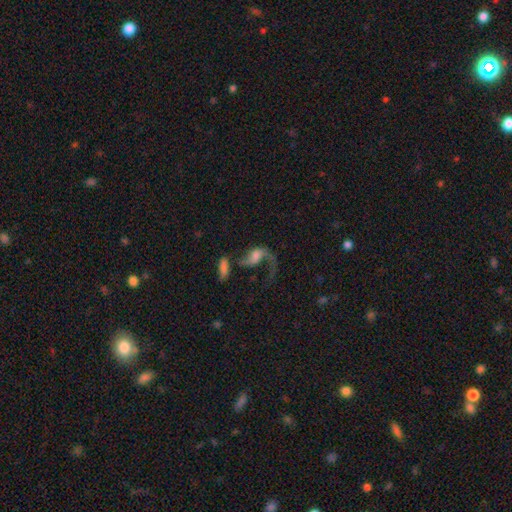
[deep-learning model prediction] A featured or disk galaxy (68%) with no bar (56%), 2 (51%) loose (85%) spiral arms (84%) and a moderate central bulge (37%).

Vote fractions:
- Smooth or featured? featured or disk: 68% / smooth: 23% / star or artifact: 9%
- Edge-on disk? no: 95% / yes: 5%
- Bar? no: 56% / weak: 34% / strong: 10%
- Spiral arms? yes: 84% / no: 16%
- Spiral winding? loose: 85% / medium: 12% / tight: 3%
- Spiral arm count? 2: 51% / 1: 44% / can't tell: 3% / 3: 1% / 4: 1% / more than 4: 1%
- Bulge size? moderate: 37% / small: 27% / none: 17% / large: 16% / dominant: 3%
- Merging? major disturbance: 40% / none: 29% / merger: 19% / minor disturbance: 12%